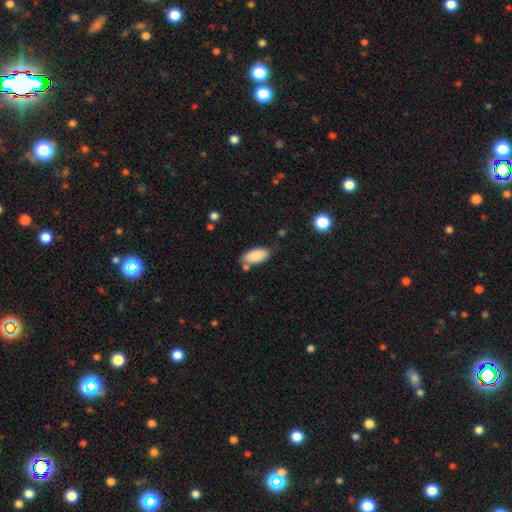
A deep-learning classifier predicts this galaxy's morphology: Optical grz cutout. It shows a smooth galaxy with no disk features (88%) that is in between round and cigar-shaped (92%). Merging: none (69%).